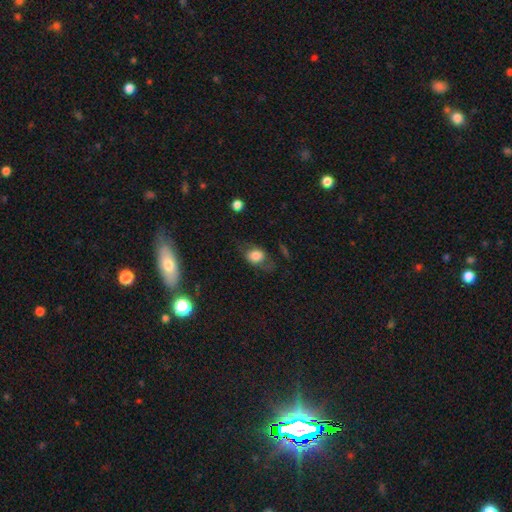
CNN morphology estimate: Smooth or featured? smooth (66%)
How rounded? in between (68%)
Merging? none (55%)